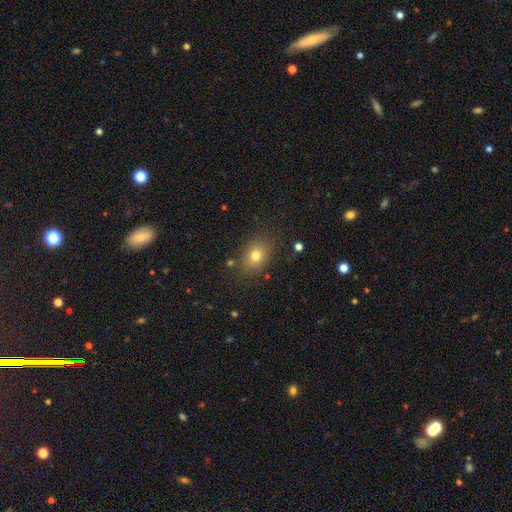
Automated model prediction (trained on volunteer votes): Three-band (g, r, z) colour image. It shows a smooth galaxy with no disk features (76%) that is in between round and cigar-shaped (62%). Merging: none (81%).